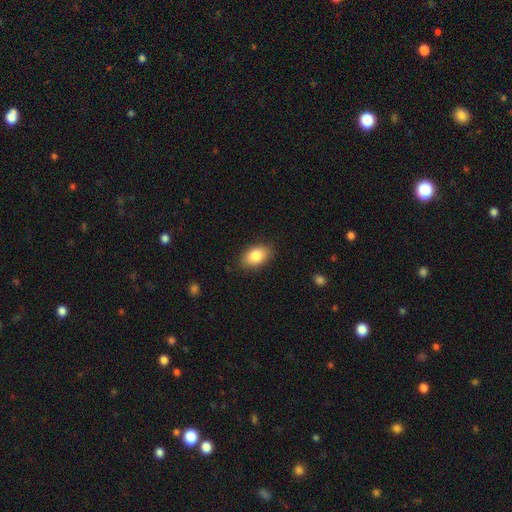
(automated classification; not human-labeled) Overall: smooth (84%). How rounded: in between (90%). Merging: none (86%).